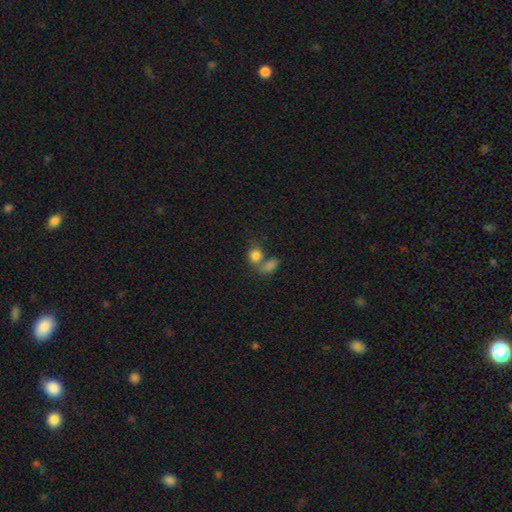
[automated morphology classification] smooth-or-featured: smooth: 82% | star or artifact: 10% | featured or disk: 8%
  how-rounded: round: 58% | in between: 41% | cigar-shaped: 2%
  merging: merger: 49% | none: 36% | minor disturbance: 9% | major disturbance: 6%